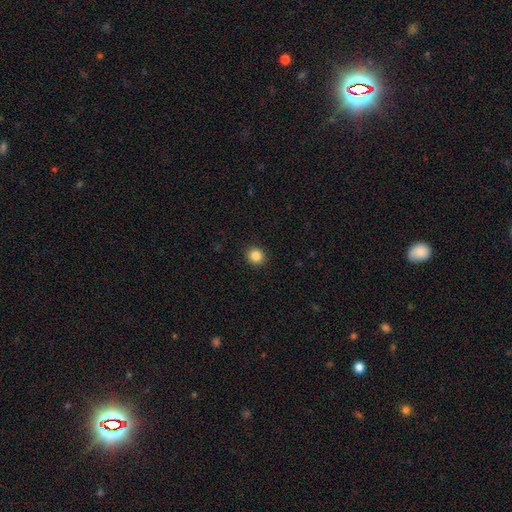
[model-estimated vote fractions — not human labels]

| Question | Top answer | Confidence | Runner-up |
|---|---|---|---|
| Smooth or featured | smooth | 85% | star or artifact (11%) |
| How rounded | round | 88% | in between (11%) |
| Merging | none | 92% | minor disturbance (5%) |